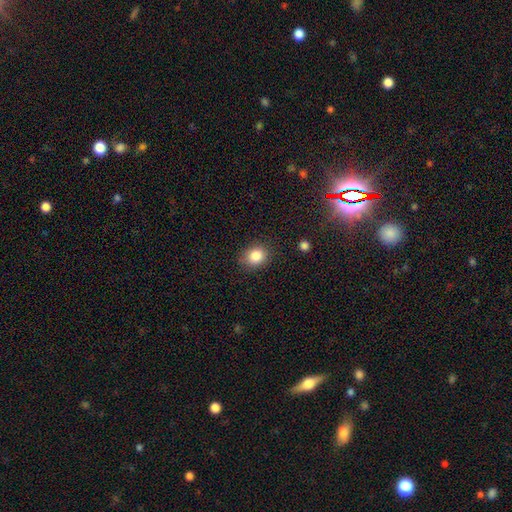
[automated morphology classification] Overall: smooth (84%). How rounded: round (62%; in between 38%). Merging: none (84%).